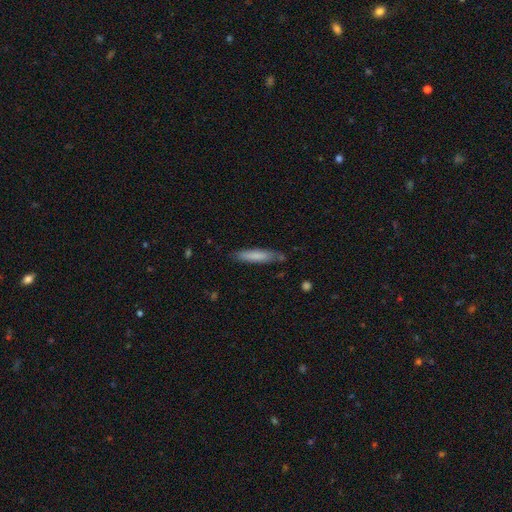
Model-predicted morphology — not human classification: Smooth or featured?
  - smooth: 78% *
  - featured or disk: 16%
  - star or artifact: 6%
How rounded?
  - cigar-shaped: 82% *
  - in between: 17%
  - round: 1%
Merging?
  - none: 76% *
  - minor disturbance: 17%
  - major disturbance: 3%
  - merger: 3%